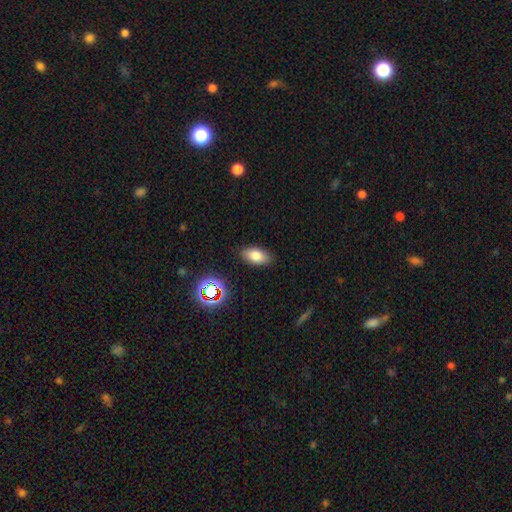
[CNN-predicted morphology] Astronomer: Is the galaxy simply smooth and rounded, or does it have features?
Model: smooth — 76%.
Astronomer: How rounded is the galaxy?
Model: in between — 90%.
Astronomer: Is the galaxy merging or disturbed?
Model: none — 87%.